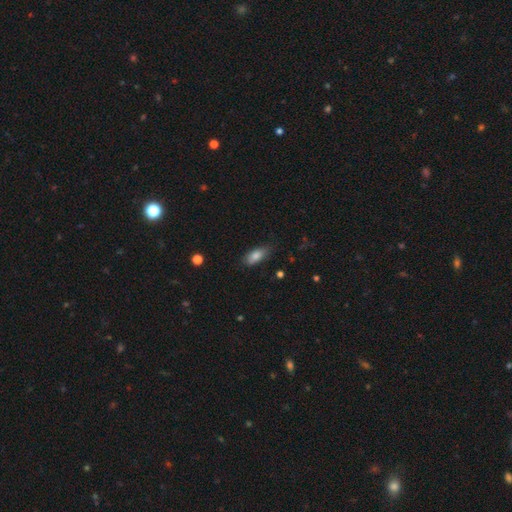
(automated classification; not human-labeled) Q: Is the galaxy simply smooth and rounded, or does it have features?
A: smooth — 80%.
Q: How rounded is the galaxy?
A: in between — 83%.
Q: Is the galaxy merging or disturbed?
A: none — 73%.